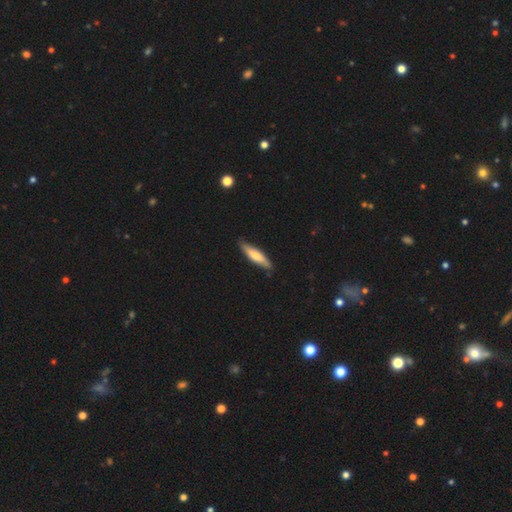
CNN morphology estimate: smooth-or-featured: smooth: 66% | featured or disk: 29% | star or artifact: 5%
  how-rounded: cigar-shaped: 79% | in between: 20% | round: 1%
  merging: none: 82% | minor disturbance: 14% | major disturbance: 2% | merger: 1%